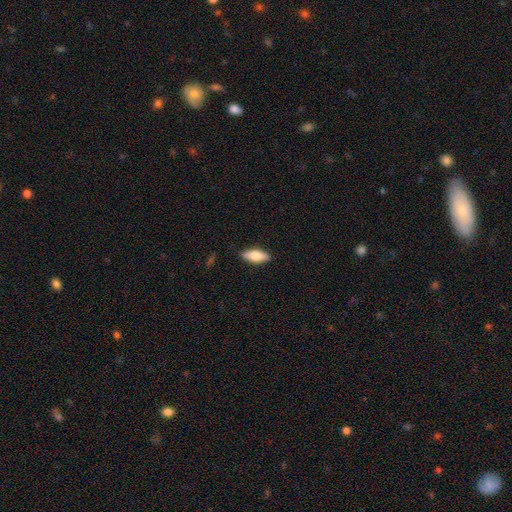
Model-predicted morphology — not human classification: Smooth or featured?
  - smooth: 70% *
  - featured or disk: 24%
  - star or artifact: 6%
How rounded?
  - in between: 72% *
  - cigar-shaped: 26%
  - round: 2%
Merging?
  - none: 88% *
  - minor disturbance: 9%
  - major disturbance: 2%
  - merger: 1%